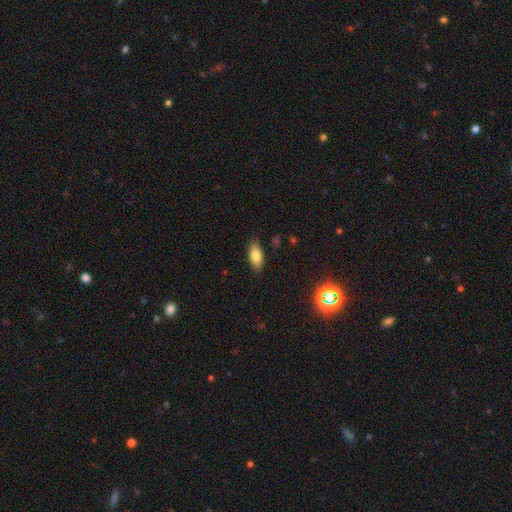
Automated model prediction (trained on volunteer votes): Smooth or featured: smooth — 80% (featured or disk — 11%)
How rounded: in between — 86% (cigar-shaped — 11%)
Merging: none — 85% (minor disturbance — 11%)